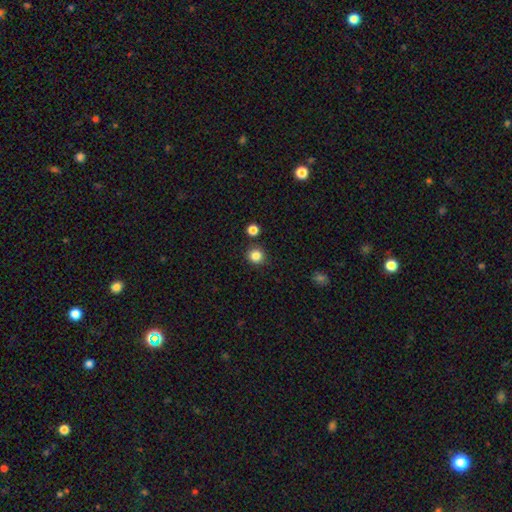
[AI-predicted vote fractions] Smooth or featured? Predicted: smooth (p=0.84). How rounded? Predicted: round (p=0.91). Merging? Predicted: none (p=0.87).